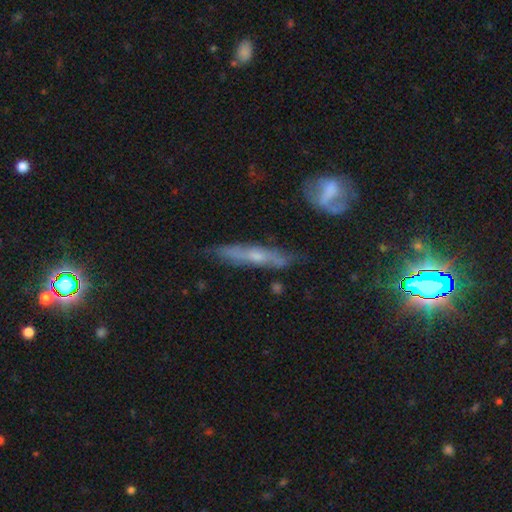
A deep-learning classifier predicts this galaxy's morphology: Smooth or featured? Predicted: featured or disk (p=0.56). Edge-on disk? Predicted: yes (p=0.76). Merging? Predicted: none (p=0.72).